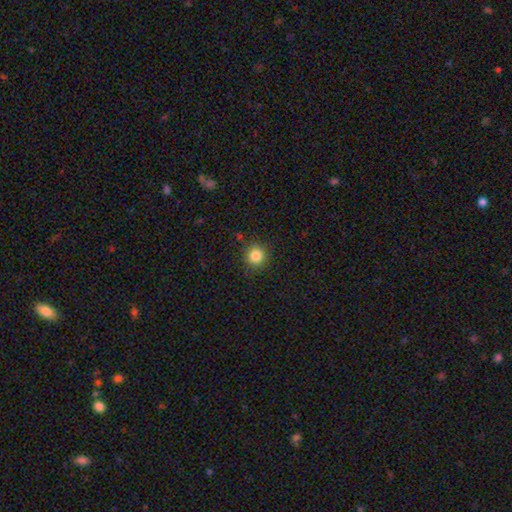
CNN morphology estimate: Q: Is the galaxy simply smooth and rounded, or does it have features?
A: smooth — 84%.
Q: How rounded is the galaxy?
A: round — 92%.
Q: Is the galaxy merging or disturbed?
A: none — 88%.